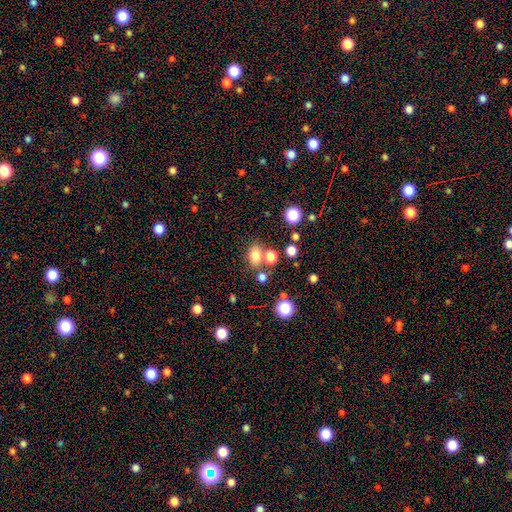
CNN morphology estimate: Smooth or featured: smooth — 77% (star or artifact — 15%)
How rounded: in between — 67% (round — 32%)
Merging: none — 66% (merger — 18%)